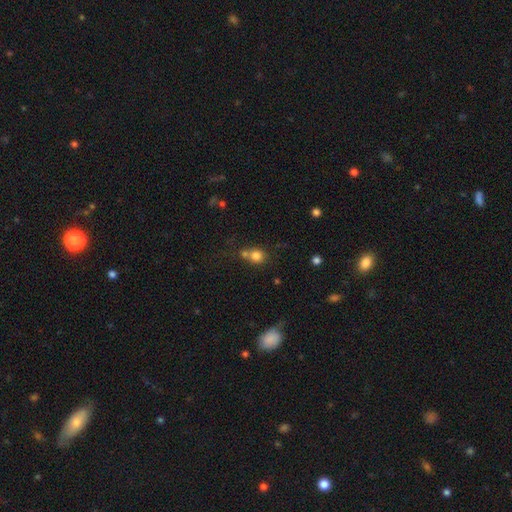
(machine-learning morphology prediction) The model was most divided on "merging": none: 50%, merger: 36%, minor disturbance: 10%, major disturbance: 5%. More confident: how rounded — round (84%); smooth or featured — smooth (79%).